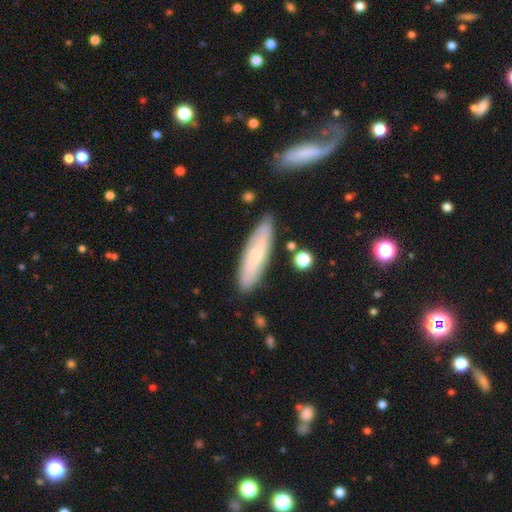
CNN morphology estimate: Smooth or featured?
  - smooth: 55% *
  - featured or disk: 39%
  - star or artifact: 6%
How rounded?
  - cigar-shaped: 66% *
  - in between: 32%
  - round: 2%
Merging?
  - none: 82% *
  - minor disturbance: 12%
  - merger: 3%
  - major disturbance: 2%